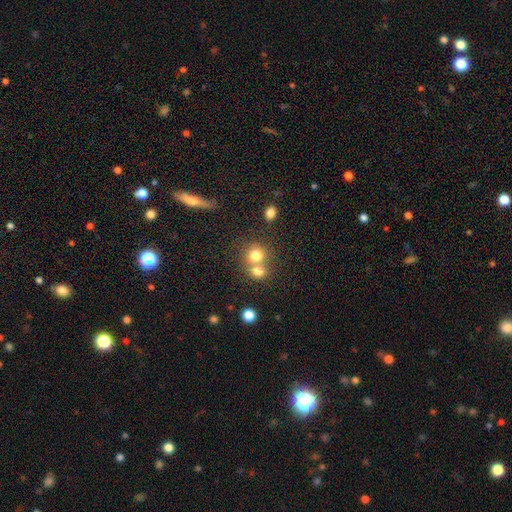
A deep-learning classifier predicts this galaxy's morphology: smooth_or_featured: smooth (p=0.76) [alt: featured or disk p=0.12]
how_rounded: round (p=0.81) [alt: in between p=0.18]
merging: merger (p=0.52) [alt: none p=0.39]